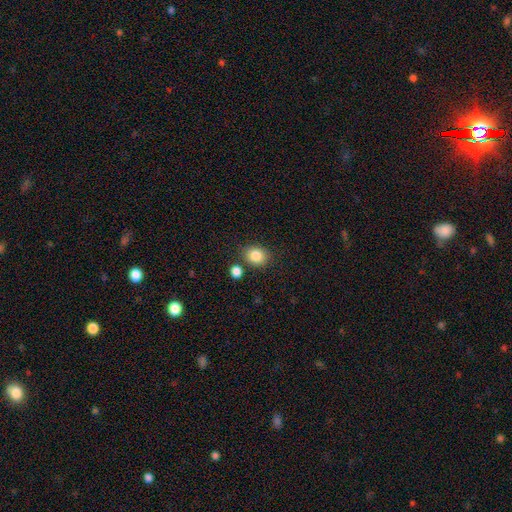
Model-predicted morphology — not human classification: A smooth galaxy with no disk features (85%) that is round (62%).

Vote fractions:
- Smooth or featured? smooth: 85% / star or artifact: 9% / featured or disk: 5%
- How rounded? round: 62% / in between: 37% / cigar-shaped: 1%
- Merging? none: 78% / minor disturbance: 10% / merger: 8% / major disturbance: 3%